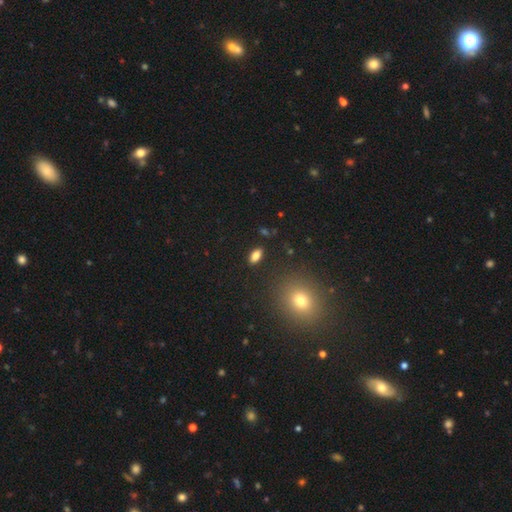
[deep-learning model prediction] Smooth or featured? Predicted: smooth (p=0.82). How rounded? Predicted: in between (p=0.88). Merging? Predicted: none (p=0.88).